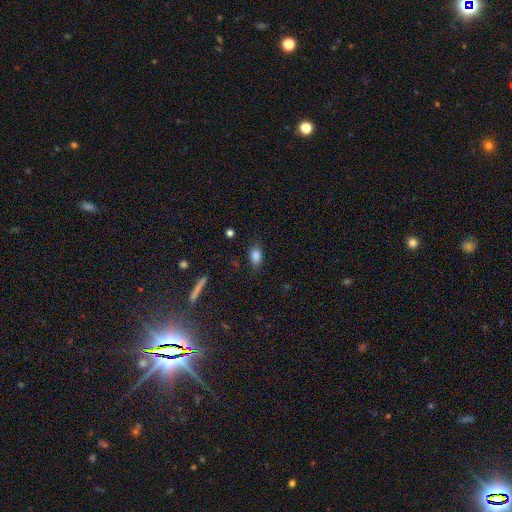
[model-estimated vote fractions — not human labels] smooth 84%, star or artifact 9%, featured or disk 7%. Down the decision tree: how rounded — in between (81%); merging — none (77%).